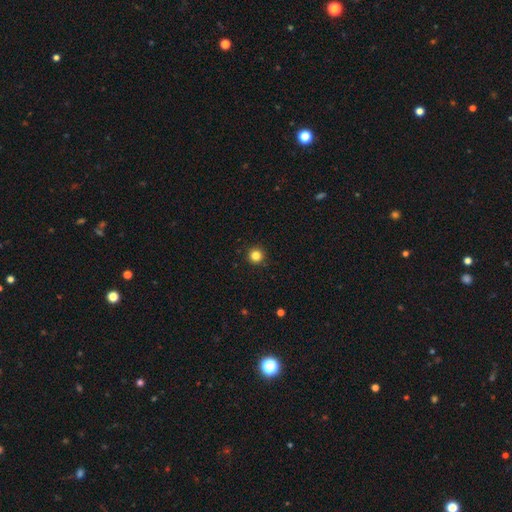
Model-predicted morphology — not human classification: This is clearly a smooth galaxy (84%). How rounded: clearly round (96%). Merging: clearly none (93%).